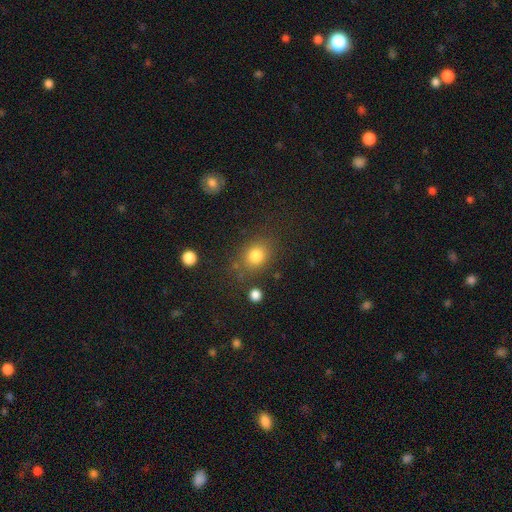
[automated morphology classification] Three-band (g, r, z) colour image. It shows a smooth galaxy with no disk features (81%) that is round (58%). Merging: none (75%).